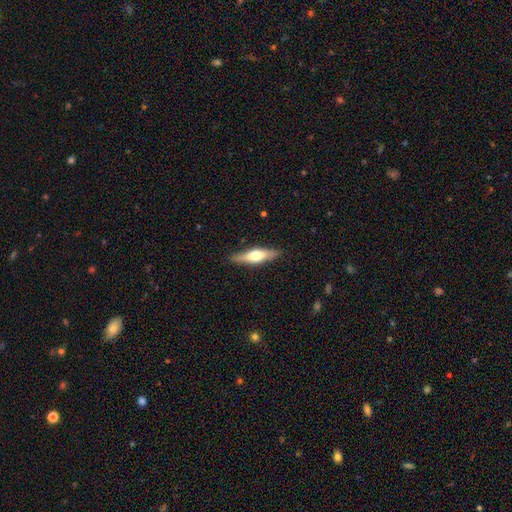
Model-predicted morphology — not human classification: This appears to be a featured or disk galaxy (51%) viewed edge-on (91%). Merging: none (88%).